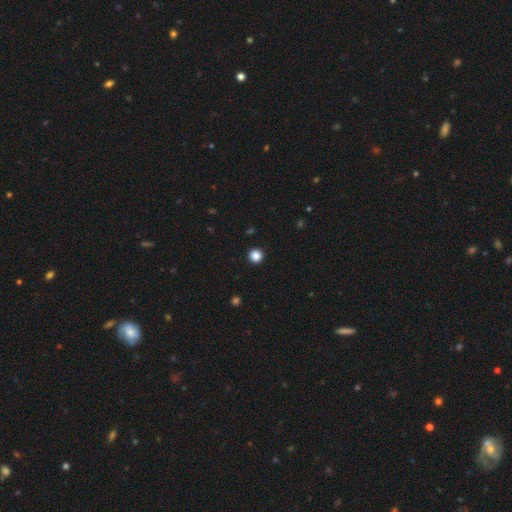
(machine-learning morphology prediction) type=smooth (86%); roundness=round (96%); merging=none (94%).